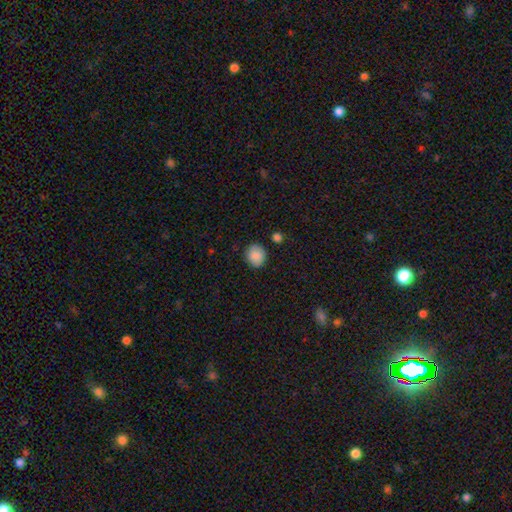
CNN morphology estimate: This appears to be a smooth galaxy with no disk features (88%) that is round (78%). Merging: none (86%).